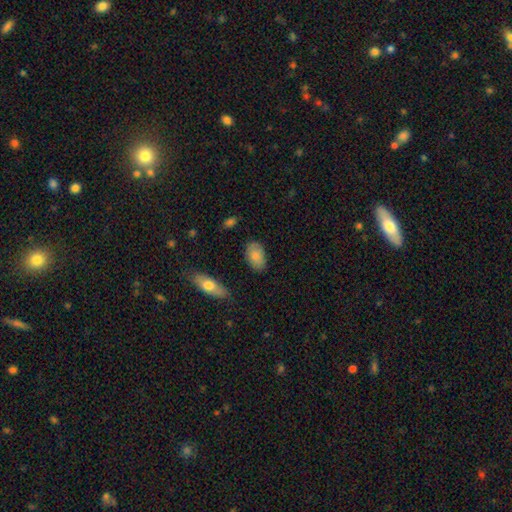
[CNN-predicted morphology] Smooth or featured: smooth — 83% (featured or disk — 11%)
How rounded: in between — 92% (round — 6%)
Merging: none — 80% (minor disturbance — 15%)